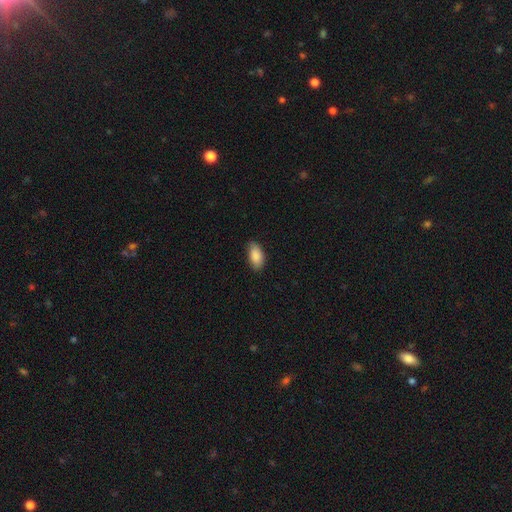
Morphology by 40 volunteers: This appears to be a smooth galaxy with no disk features (88%) that is in between round and cigar-shaped (94%). Merging: none (78%).